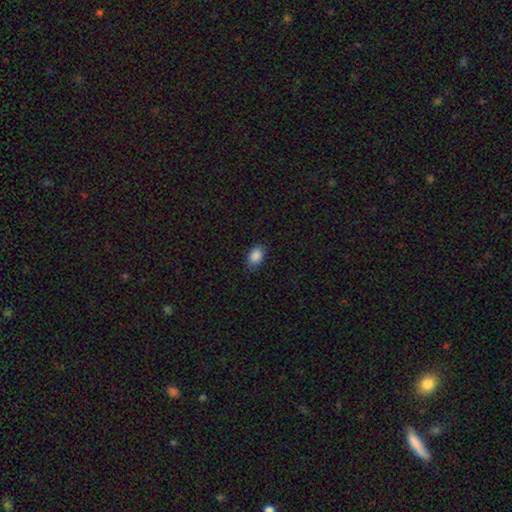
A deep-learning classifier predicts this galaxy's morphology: Smooth or featured? smooth (88%)
How rounded? in between (87%)
Merging? none (83%)